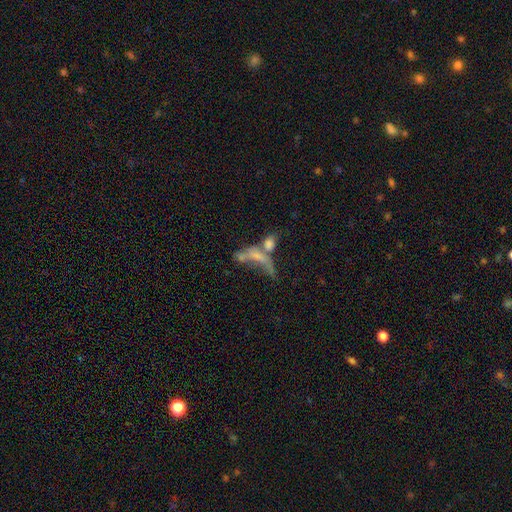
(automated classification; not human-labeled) The model was most divided on "smooth or featured": smooth: 46%, featured or disk: 40%, star or artifact: 14%. More confident: merging — merger (56%).